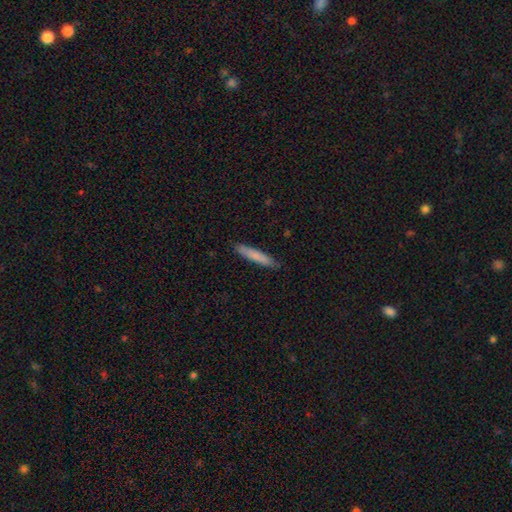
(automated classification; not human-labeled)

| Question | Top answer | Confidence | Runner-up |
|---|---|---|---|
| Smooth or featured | smooth | 76% | featured or disk (18%) |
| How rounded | cigar-shaped | 92% | in between (7%) |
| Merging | none | 87% | minor disturbance (10%) |